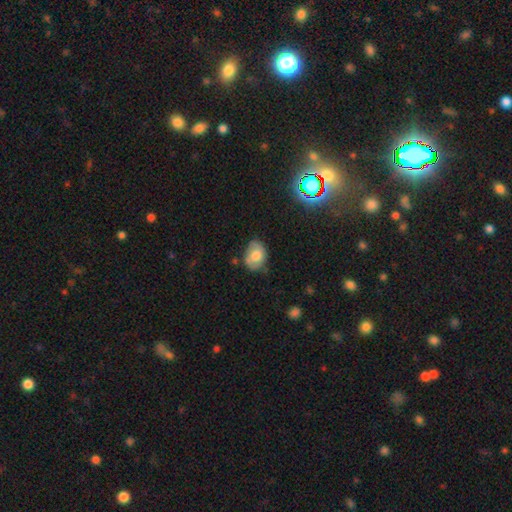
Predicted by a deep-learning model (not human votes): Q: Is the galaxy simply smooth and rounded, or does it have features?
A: smooth — 66%.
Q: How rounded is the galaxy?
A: in between — 75%.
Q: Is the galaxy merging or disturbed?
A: none — 61%.